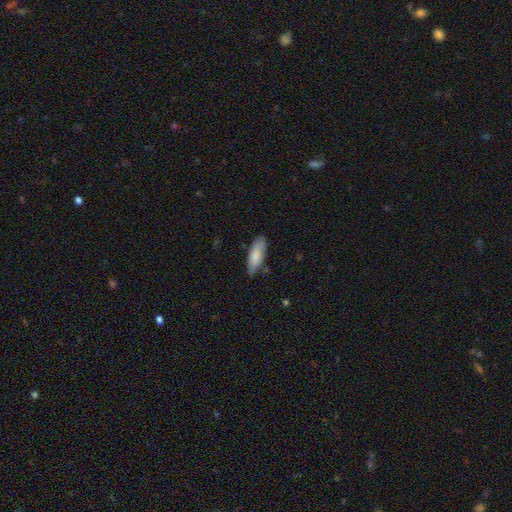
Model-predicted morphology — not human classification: smooth_or_featured: smooth (p=0.81) [alt: featured or disk p=0.13]
how_rounded: in between (p=0.65) [alt: cigar-shaped p=0.34]
merging: none (p=0.77) [alt: minor disturbance p=0.18]